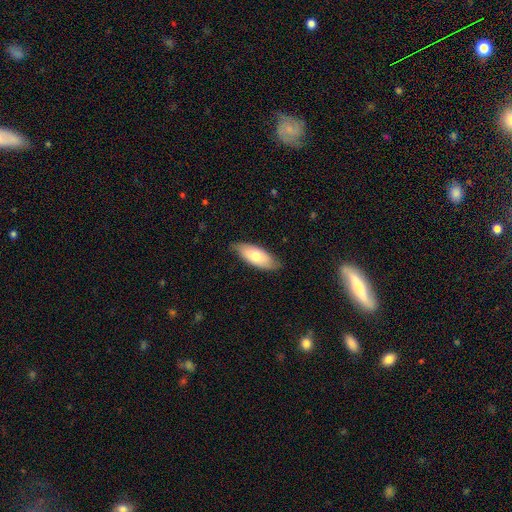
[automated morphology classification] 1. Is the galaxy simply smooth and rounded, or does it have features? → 70% smooth, 24% featured or disk, 5% star or artifact.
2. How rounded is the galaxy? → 82% in between, 16% cigar-shaped, 2% round.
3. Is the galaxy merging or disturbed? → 80% none, 17% minor disturbance, 2% major disturbance, 1% merger.